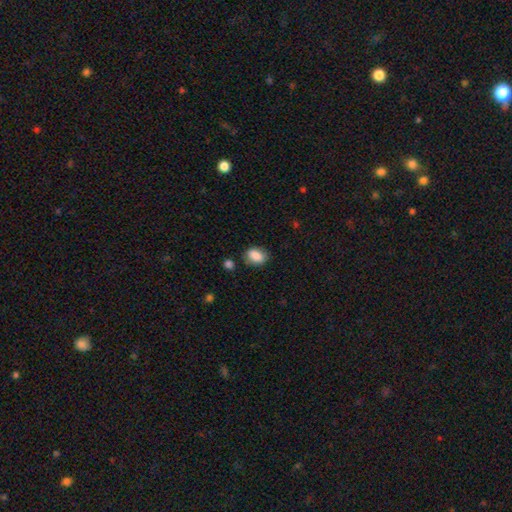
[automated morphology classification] Smooth or featured? Predicted: smooth (p=0.87). How rounded? Predicted: in between (p=0.76). Merging? Predicted: none (p=0.78).